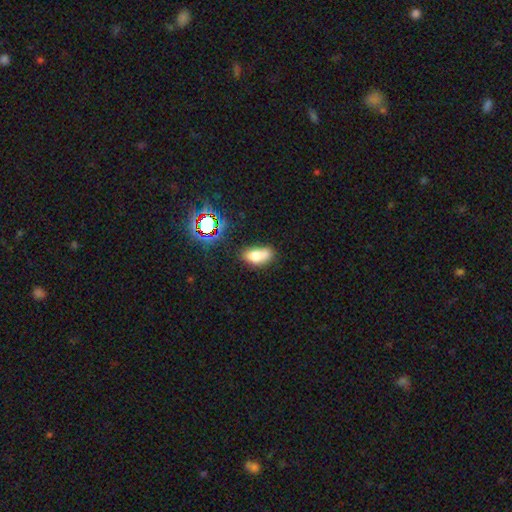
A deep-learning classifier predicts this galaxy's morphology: A smooth galaxy with no disk features (72%) that is in between round and cigar-shaped (86%). Merging: none (43%).